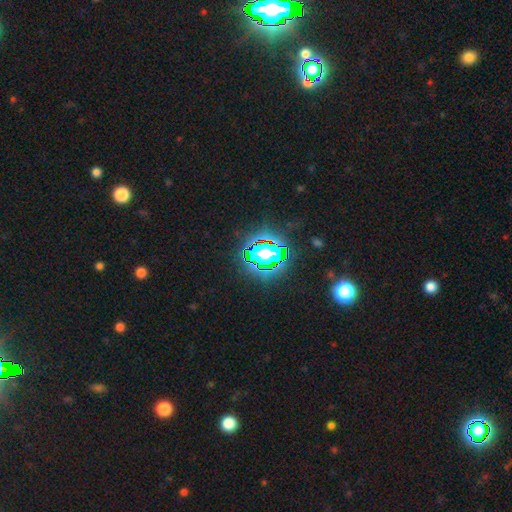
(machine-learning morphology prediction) This is clearly a star or artifact rather than a galaxy (85%).